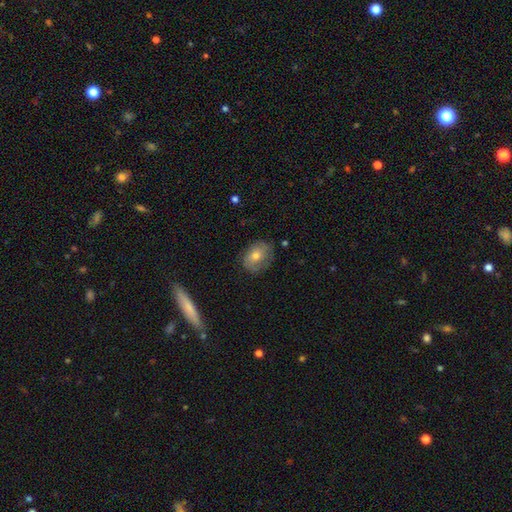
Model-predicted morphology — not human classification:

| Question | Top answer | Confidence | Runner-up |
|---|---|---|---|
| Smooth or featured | smooth | 59% | featured or disk (32%) |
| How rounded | in between | 59% | round (39%) |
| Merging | none | 72% | minor disturbance (21%) |